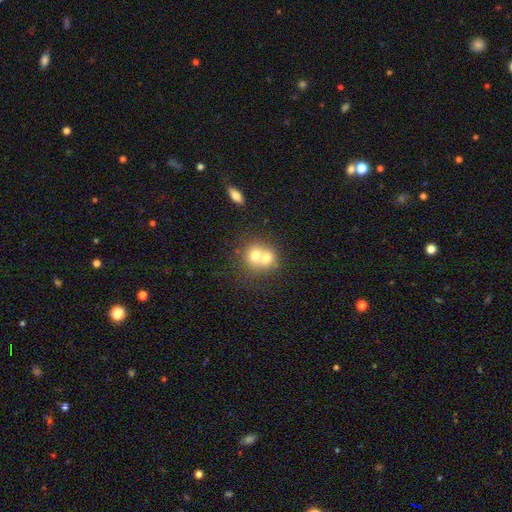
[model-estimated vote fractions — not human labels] A smooth galaxy with no disk features (67%) that is round (76%). Merging: merger (67%).